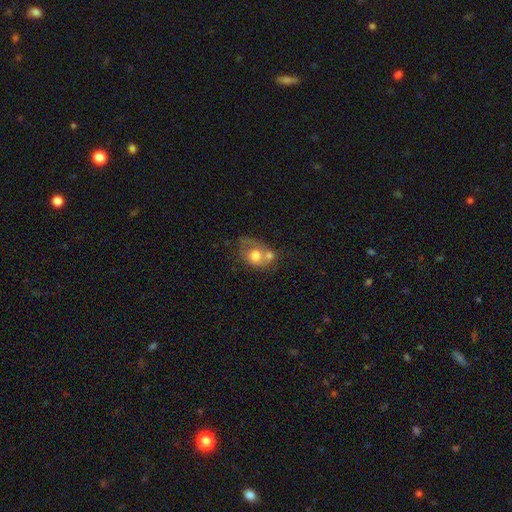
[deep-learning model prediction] Smooth or featured: smooth — 63% (featured or disk — 29%)
How rounded: in between — 50% (round — 48%)
Merging: merger — 54% (none — 21%)